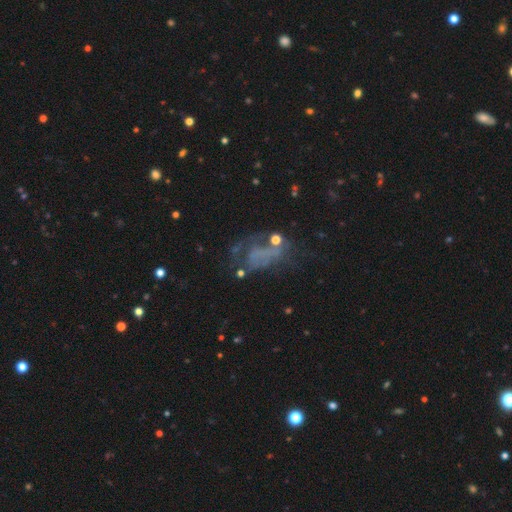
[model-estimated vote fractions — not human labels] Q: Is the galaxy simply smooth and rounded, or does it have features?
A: featured or disk — 47%.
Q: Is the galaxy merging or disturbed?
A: major disturbance — 42%.